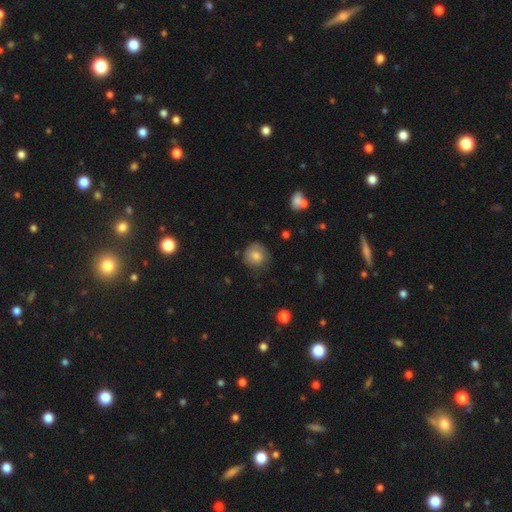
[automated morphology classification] Smooth or featured?
  - smooth: 79% *
  - featured or disk: 12%
  - star or artifact: 9%
How rounded?
  - round: 89% *
  - in between: 10%
  - cigar-shaped: 1%
Merging?
  - none: 75% *
  - minor disturbance: 18%
  - major disturbance: 5%
  - merger: 2%